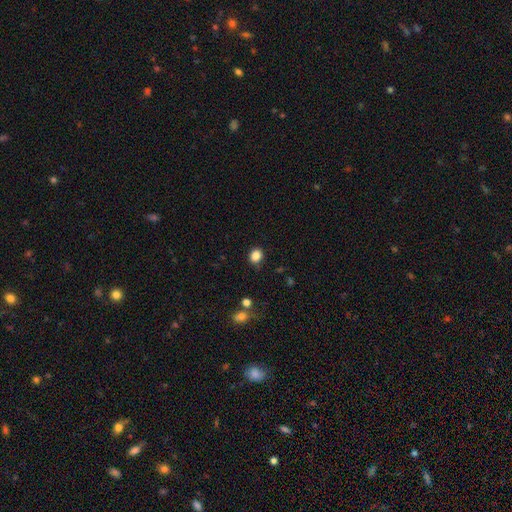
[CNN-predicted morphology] Smooth or featured?
  - smooth: 86% *
  - star or artifact: 11%
  - featured or disk: 4%
How rounded?
  - round: 59% *
  - in between: 40%
  - cigar-shaped: 1%
Merging?
  - none: 84% *
  - minor disturbance: 11%
  - major disturbance: 3%
  - merger: 2%